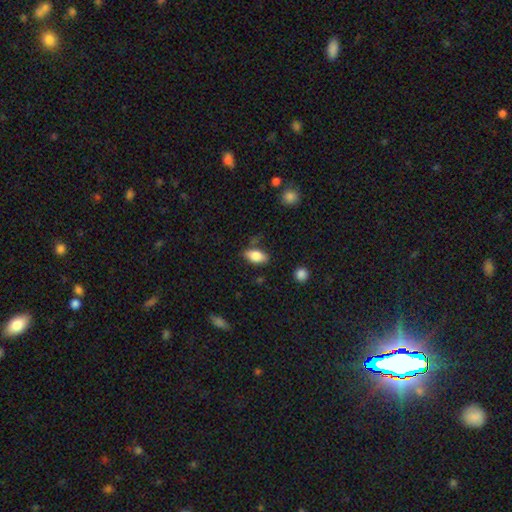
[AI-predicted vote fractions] This appears to be a smooth galaxy with no disk features (83%) that is in between round and cigar-shaped (90%). Merging: none (77%).